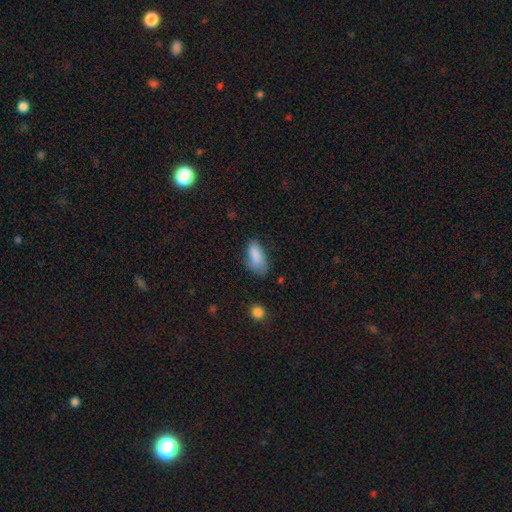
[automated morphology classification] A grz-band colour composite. It shows a smooth galaxy with no disk features (85%) that is in between round and cigar-shaped (88%). Merging: none (58%).